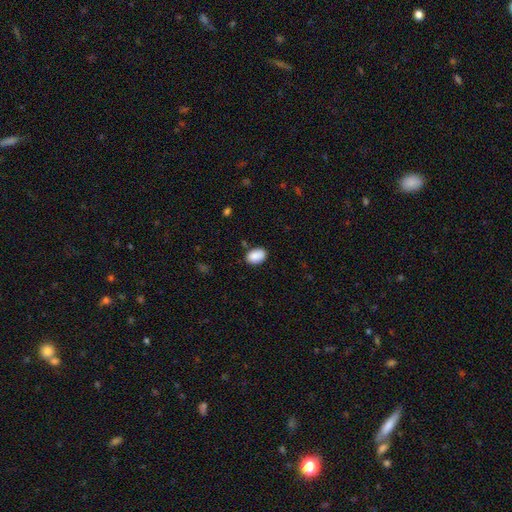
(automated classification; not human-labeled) Smooth or featured?
  - smooth: 89% *
  - star or artifact: 7%
  - featured or disk: 4%
How rounded?
  - in between: 86% *
  - round: 13%
  - cigar-shaped: 1%
Merging?
  - none: 80% *
  - minor disturbance: 14%
  - major disturbance: 3%
  - merger: 3%